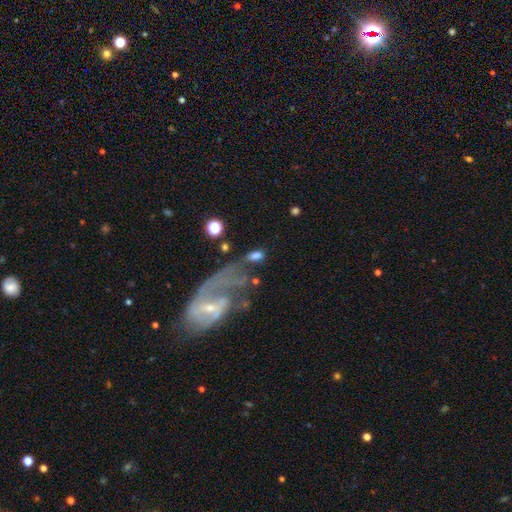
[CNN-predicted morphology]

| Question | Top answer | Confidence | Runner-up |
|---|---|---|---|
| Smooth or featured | smooth | 59% | featured or disk (29%) |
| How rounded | in between | 81% | round (12%) |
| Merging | none | 43% | major disturbance (20%) |